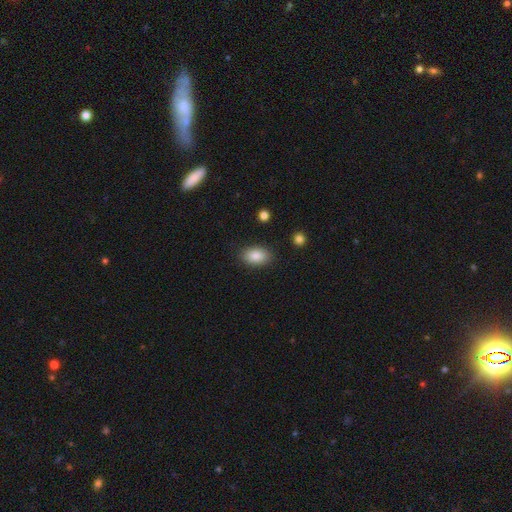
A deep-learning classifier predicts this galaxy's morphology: smooth 86%, star or artifact 8%, featured or disk 6%. Down the decision tree: how rounded — in between (90%); merging — none (86%).